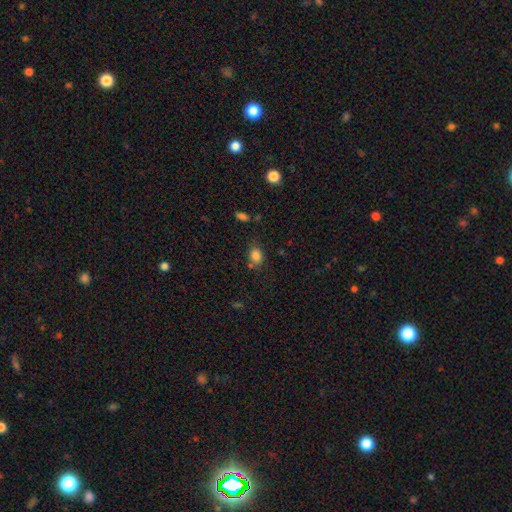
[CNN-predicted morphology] Q: Smooth or featured?
A: smooth (82%); runner-up: star or artifact (11%)
Q: How rounded?
A: in between (68%); runner-up: round (30%)
Q: Merging?
A: none (66%); runner-up: minor disturbance (18%)